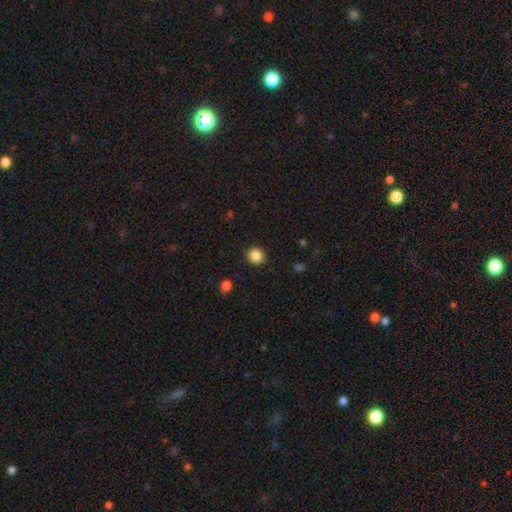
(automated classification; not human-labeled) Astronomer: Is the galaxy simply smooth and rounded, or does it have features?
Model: smooth — 88%.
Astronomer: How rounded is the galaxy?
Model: round — 84%.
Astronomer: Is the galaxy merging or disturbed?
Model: none — 90%.